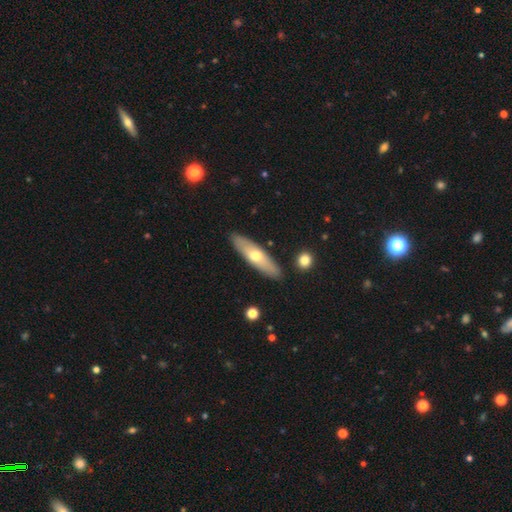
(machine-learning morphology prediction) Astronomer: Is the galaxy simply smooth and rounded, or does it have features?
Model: smooth — 53% (runner-up: featured or disk, 42%).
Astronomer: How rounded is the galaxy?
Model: cigar-shaped — 64%.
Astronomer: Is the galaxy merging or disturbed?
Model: none — 88%.